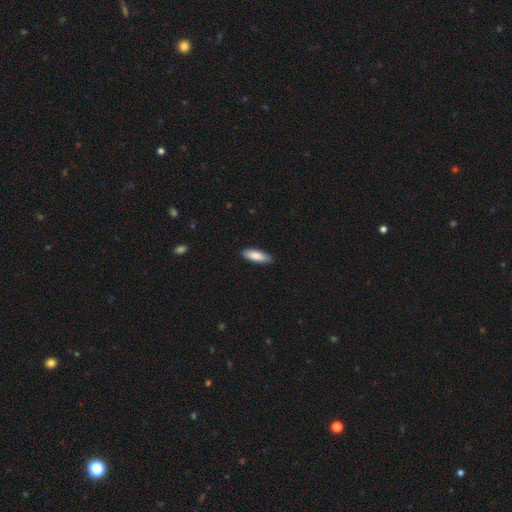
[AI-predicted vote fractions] Q: Smooth or featured?
A: smooth (87%); runner-up: featured or disk (8%)
Q: How rounded?
A: in between (61%); runner-up: cigar-shaped (38%)
Q: Merging?
A: none (87%); runner-up: minor disturbance (10%)